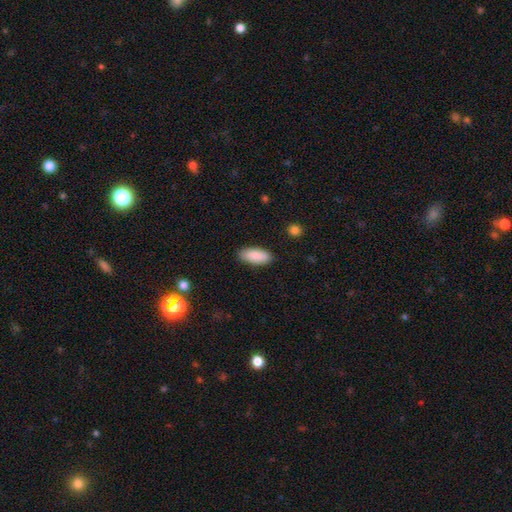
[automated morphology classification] type=smooth (89%); roundness=in between (87%); merging=none (88%).